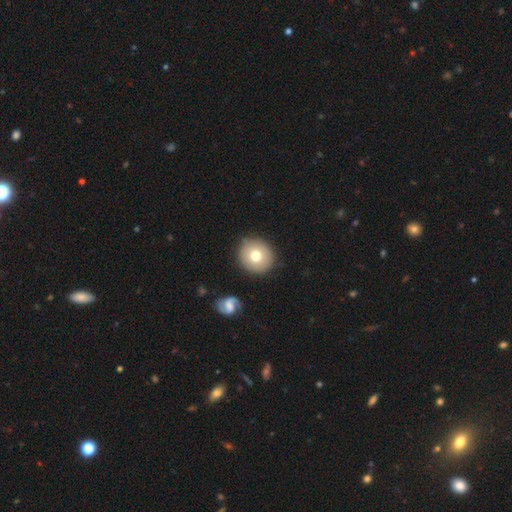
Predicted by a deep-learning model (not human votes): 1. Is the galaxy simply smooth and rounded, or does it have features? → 71% smooth, 20% featured or disk, 8% star or artifact.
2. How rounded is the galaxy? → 90% round, 9% in between, 1% cigar-shaped.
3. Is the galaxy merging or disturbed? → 87% none, 8% minor disturbance, 2% merger, 2% major disturbance.